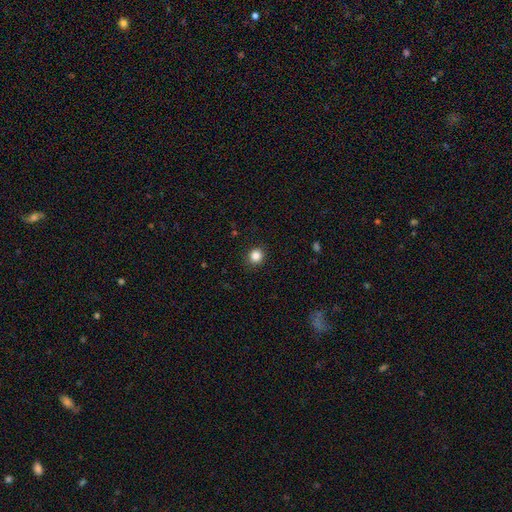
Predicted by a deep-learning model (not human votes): This appears to be a smooth galaxy with no disk features (85%) that is round (88%). Merging: none (89%).